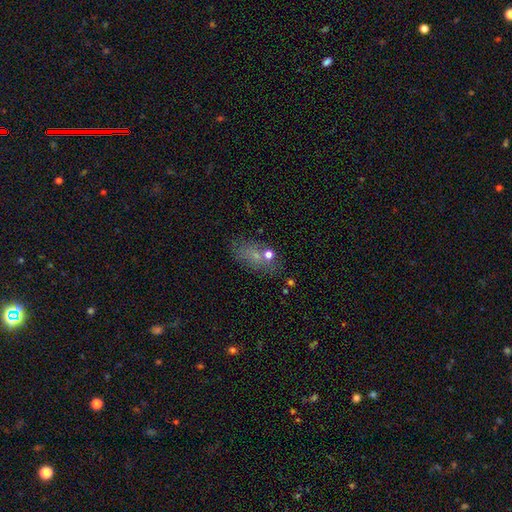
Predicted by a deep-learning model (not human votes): The model was most divided on "smooth or featured": smooth: 57%, star or artifact: 24%, featured or disk: 19%. More confident: how rounded — in between (80%); merging — none (64%).